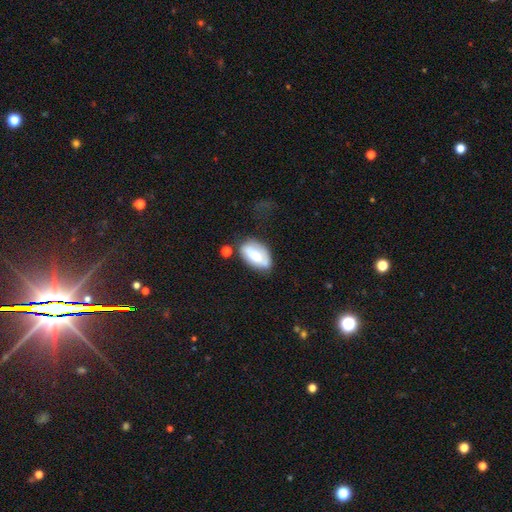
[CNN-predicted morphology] A smooth galaxy with no disk features (57%) that is in between round and cigar-shaped (92%).

Vote fractions:
- Smooth or featured? smooth: 57% / featured or disk: 36% / star or artifact: 7%
- How rounded? in between: 92% / round: 5% / cigar-shaped: 3%
- Merging? none: 61% / minor disturbance: 23% / merger: 8% / major disturbance: 8%